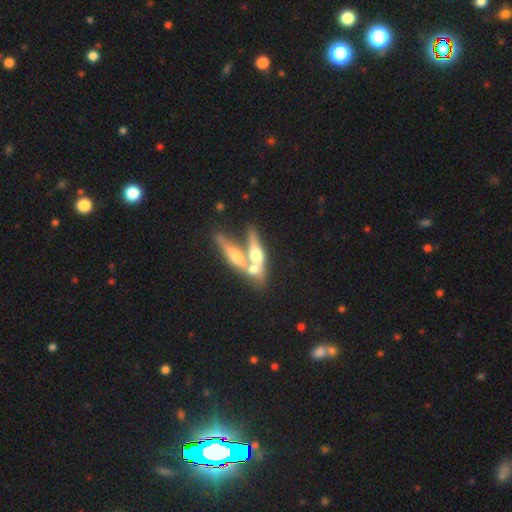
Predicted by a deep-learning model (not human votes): smooth-or-featured: featured or disk: 53% | smooth: 39% | star or artifact: 8%
  disk-edge-on: yes: 71% | no: 29%
  merging: merger: 65% | none: 23% | minor disturbance: 7% | major disturbance: 5%